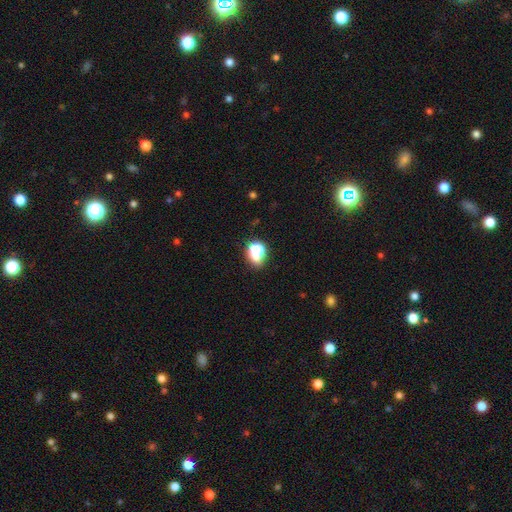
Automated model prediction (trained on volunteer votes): smooth_or_featured: smooth (p=0.68) [alt: star or artifact p=0.20]
how_rounded: in between (p=0.49) [tied with: round p=0.49]
merging: none (p=0.53) [alt: minor disturbance p=0.18]